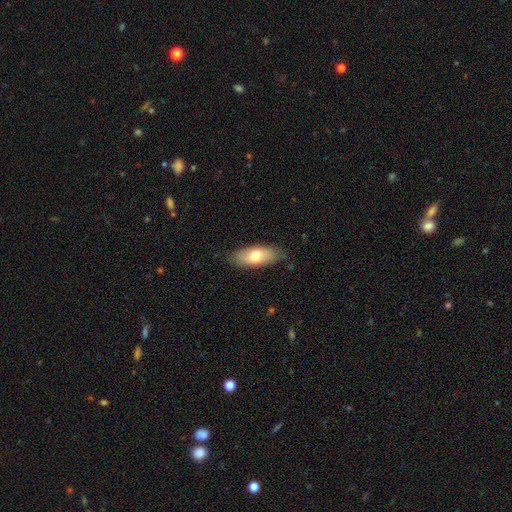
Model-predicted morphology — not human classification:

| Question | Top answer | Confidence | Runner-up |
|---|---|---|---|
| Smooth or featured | smooth | 70% | featured or disk (24%) |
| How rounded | in between | 82% | cigar-shaped (16%) |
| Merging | none | 83% | minor disturbance (13%) |